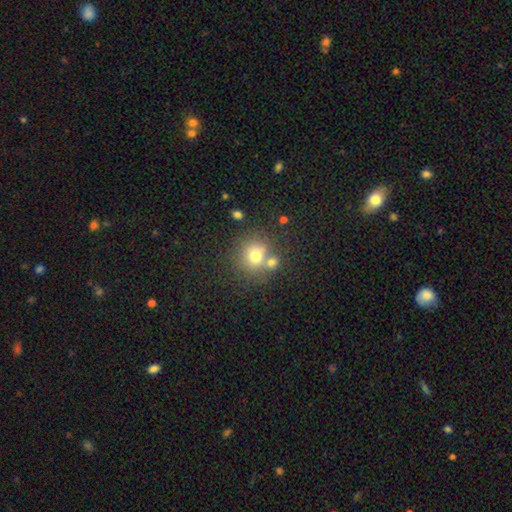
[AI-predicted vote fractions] Morphology: type=smooth (72%); roundness=round (84%); merging=none (58%).